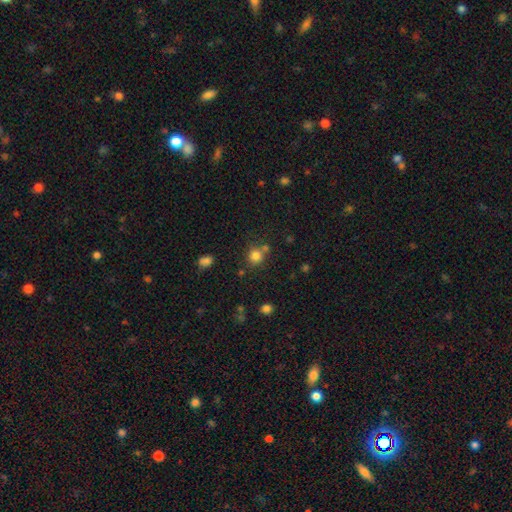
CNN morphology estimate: This appears to be a smooth galaxy with no disk features (81%) that is round (86%). Merging: none (66%).